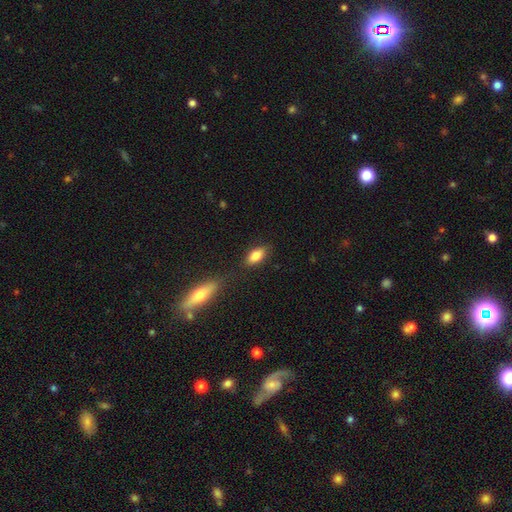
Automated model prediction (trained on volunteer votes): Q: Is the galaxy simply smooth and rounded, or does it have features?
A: smooth — 80%.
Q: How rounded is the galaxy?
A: in between — 86%.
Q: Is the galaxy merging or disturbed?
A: none — 79%.